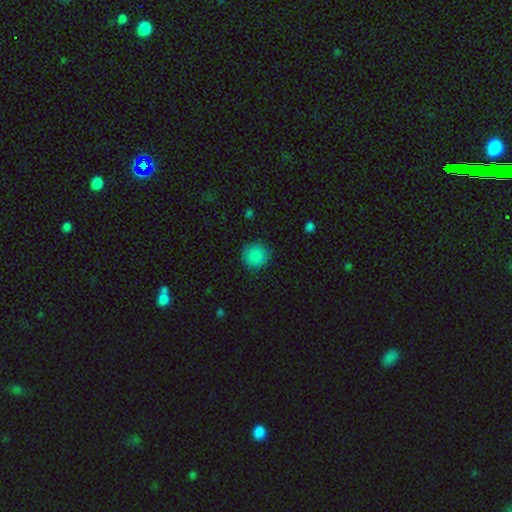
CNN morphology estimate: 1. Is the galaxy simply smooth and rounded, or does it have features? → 87% smooth, 10% star or artifact, 4% featured or disk.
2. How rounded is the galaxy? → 93% round, 6% in between, 1% cigar-shaped.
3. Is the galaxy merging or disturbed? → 88% none, 9% minor disturbance, 2% major disturbance, 1% merger.